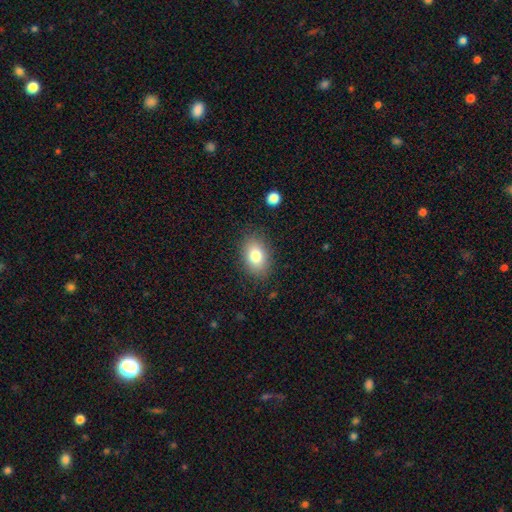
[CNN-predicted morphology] Smooth or featured?
  - smooth: 80% *
  - featured or disk: 11%
  - star or artifact: 9%
How rounded?
  - in between: 82% *
  - round: 17%
  - cigar-shaped: 1%
Merging?
  - none: 85% *
  - minor disturbance: 10%
  - major disturbance: 3%
  - merger: 1%